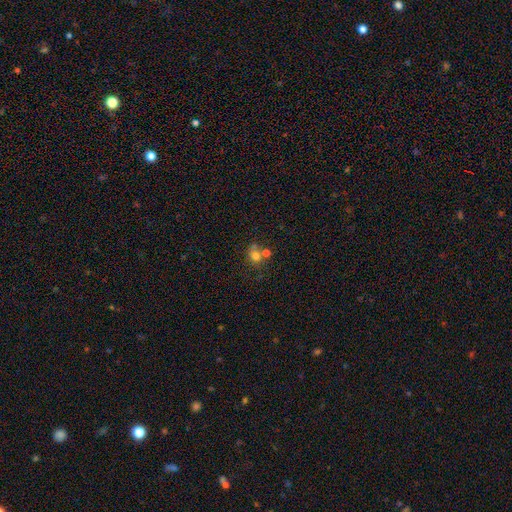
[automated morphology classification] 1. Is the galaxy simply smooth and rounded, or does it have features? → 72% smooth, 14% star or artifact, 13% featured or disk.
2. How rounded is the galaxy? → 75% round, 24% in between, 1% cigar-shaped.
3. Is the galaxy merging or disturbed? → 46% none, 37% merger, 11% minor disturbance, 6% major disturbance.